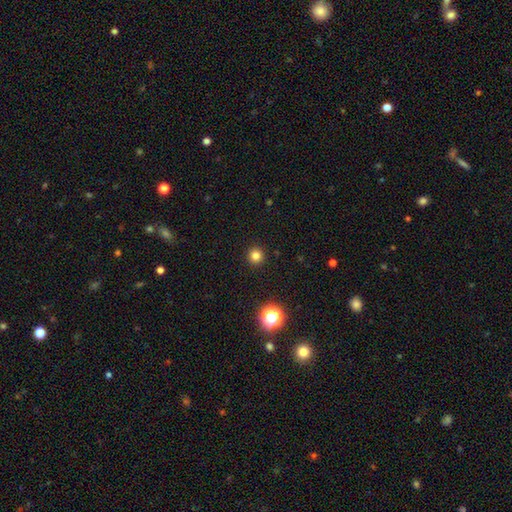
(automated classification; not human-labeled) The model was most divided on "smooth or featured": smooth: 80%, star or artifact: 16%, featured or disk: 5%. More confident: how rounded — round (96%); merging — none (93%).